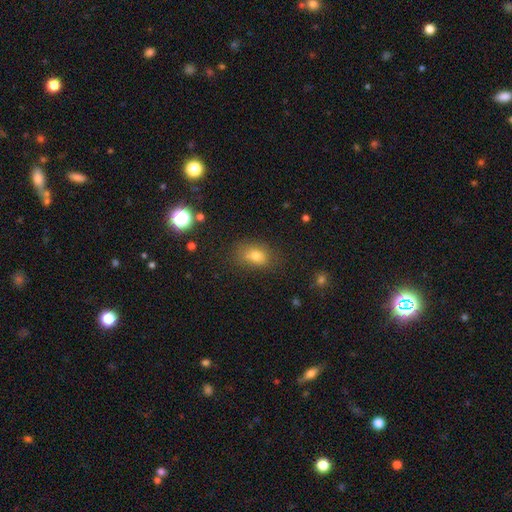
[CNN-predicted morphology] This appears to be a smooth galaxy with no disk features (72%) that is in between round and cigar-shaped (69%). Merging: none (66%).